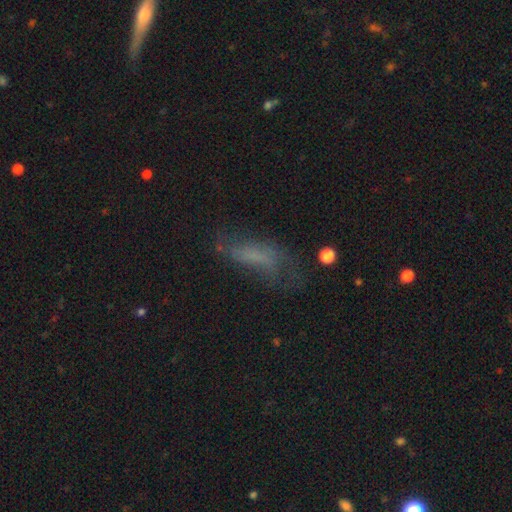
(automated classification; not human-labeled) Smooth or featured? smooth (46%)
Merging? none (46%)